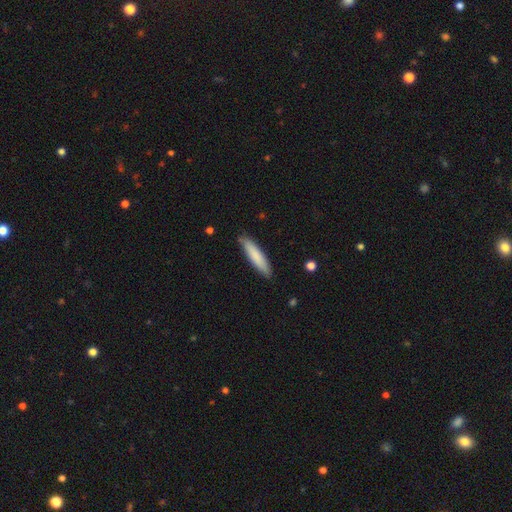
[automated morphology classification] A smooth galaxy with no disk features (82%) that is cigar-shaped (83%). Merging: none (87%).